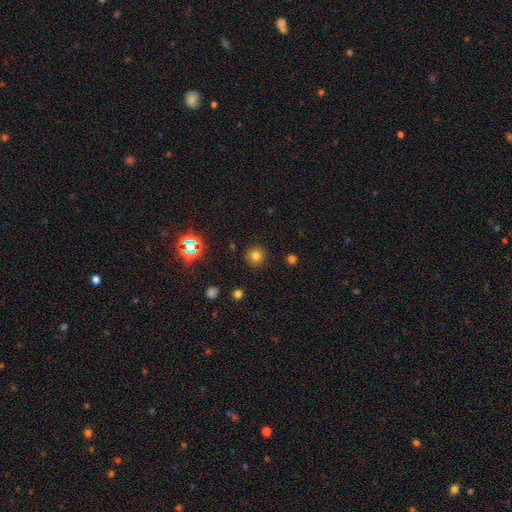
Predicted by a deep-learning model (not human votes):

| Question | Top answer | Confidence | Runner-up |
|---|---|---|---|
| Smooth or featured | smooth | 76% | star or artifact (17%) |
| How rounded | round | 94% | in between (5%) |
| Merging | none | 90% | minor disturbance (6%) |